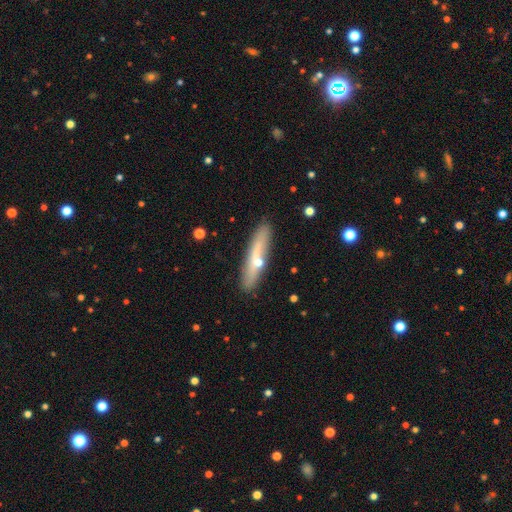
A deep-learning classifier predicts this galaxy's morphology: This appears to be a featured or disk galaxy (49%). Merging: none (83%).